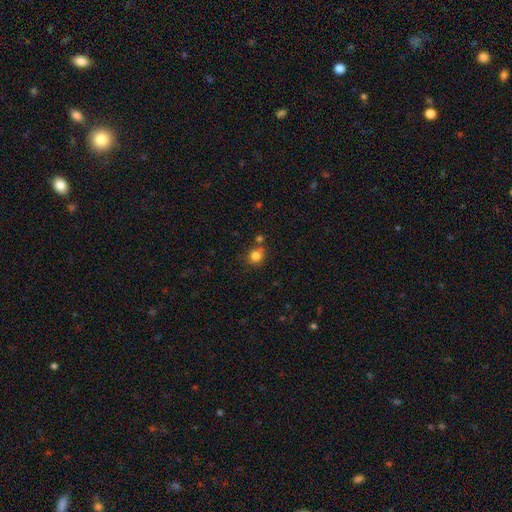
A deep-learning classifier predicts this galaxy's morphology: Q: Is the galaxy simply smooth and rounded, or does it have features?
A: smooth — 82%.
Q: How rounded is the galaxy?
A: round — 80%.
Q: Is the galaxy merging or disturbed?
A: none — 66%.